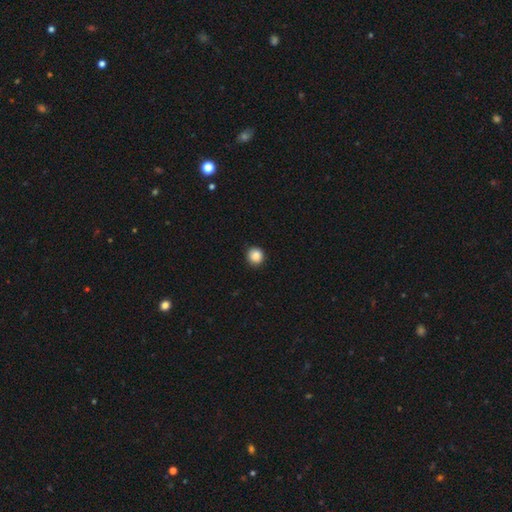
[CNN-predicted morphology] smooth_or_featured: smooth (p=0.87) [alt: star or artifact p=0.10]
how_rounded: round (p=0.93) [alt: in between p=0.06]
merging: none (p=0.92) [alt: minor disturbance p=0.06]